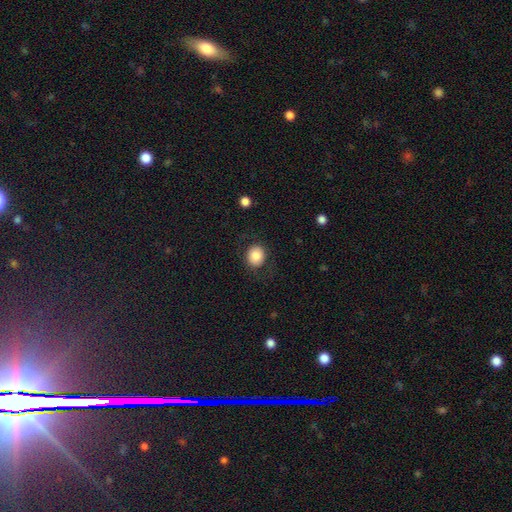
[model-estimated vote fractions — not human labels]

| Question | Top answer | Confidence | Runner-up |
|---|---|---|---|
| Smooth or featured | smooth | 83% | featured or disk (9%) |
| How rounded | round | 77% | in between (22%) |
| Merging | none | 84% | minor disturbance (10%) |